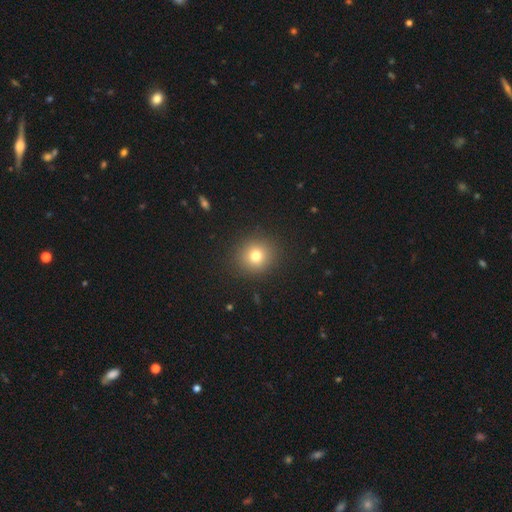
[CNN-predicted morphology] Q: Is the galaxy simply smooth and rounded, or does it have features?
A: smooth — 76%.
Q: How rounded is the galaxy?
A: round — 88%.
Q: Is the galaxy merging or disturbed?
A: none — 90%.